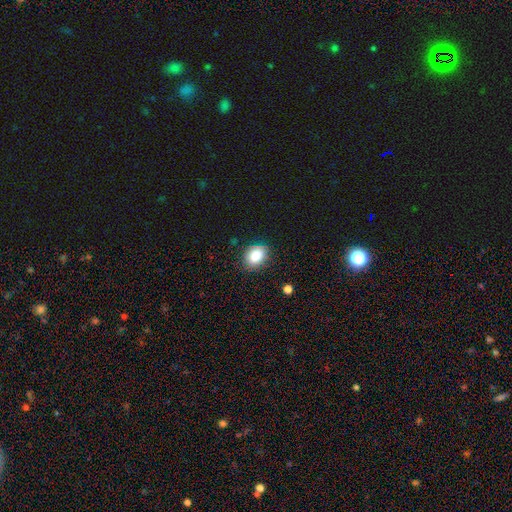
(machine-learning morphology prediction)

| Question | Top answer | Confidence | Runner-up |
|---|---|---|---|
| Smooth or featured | smooth | 84% | star or artifact (9%) |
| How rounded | in between | 61% | round (38%) |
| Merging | none | 80% | minor disturbance (15%) |